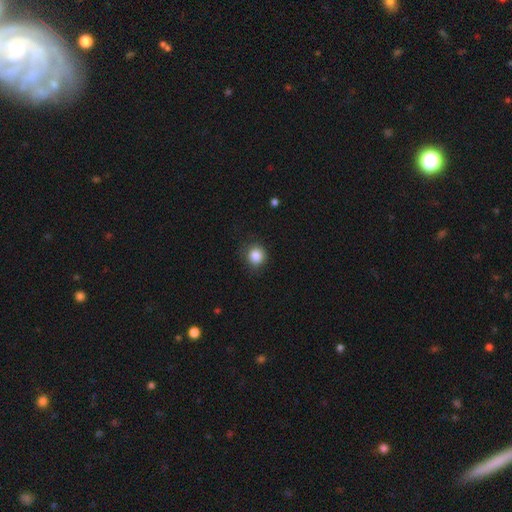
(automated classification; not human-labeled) Smooth or featured?
  - smooth: 85% *
  - star or artifact: 10%
  - featured or disk: 5%
How rounded?
  - round: 87% *
  - in between: 12%
  - cigar-shaped: 1%
Merging?
  - none: 83% *
  - minor disturbance: 12%
  - major disturbance: 3%
  - merger: 1%